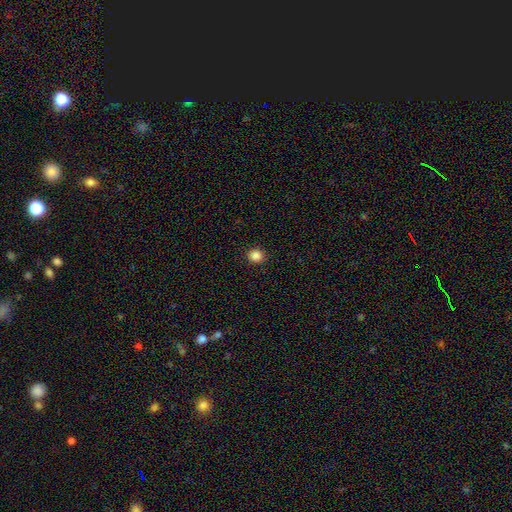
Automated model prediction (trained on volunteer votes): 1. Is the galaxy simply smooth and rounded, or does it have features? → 86% smooth, 11% star or artifact, 3% featured or disk.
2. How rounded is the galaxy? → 85% round, 14% in between, 1% cigar-shaped.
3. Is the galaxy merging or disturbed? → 92% none, 5% minor disturbance, 2% major disturbance, 1% merger.